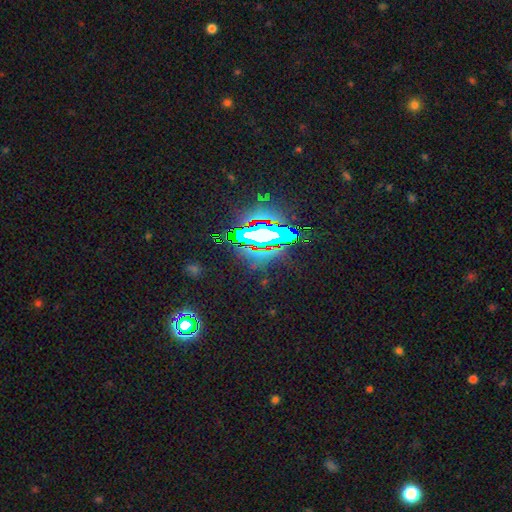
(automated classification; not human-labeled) smooth-or-featured: star or artifact: 81% | smooth: 10% | featured or disk: 9%